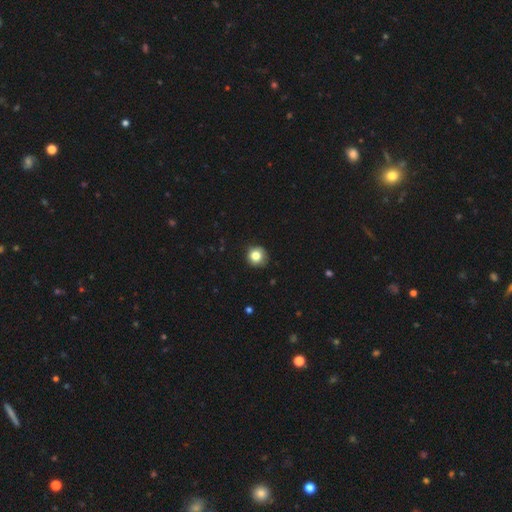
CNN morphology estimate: This appears to be a smooth galaxy with no disk features (81%) that is round (91%). Merging: none (79%).